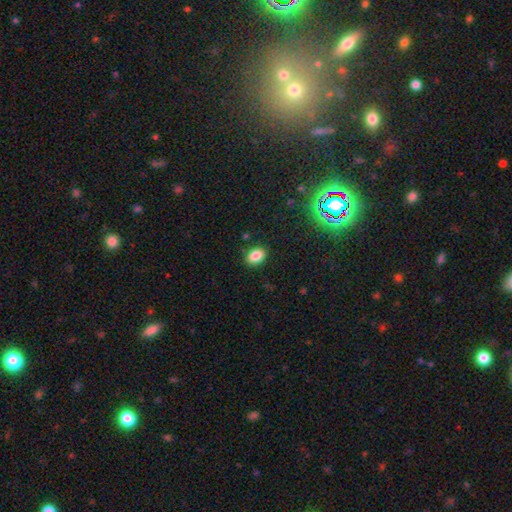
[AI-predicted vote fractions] smooth-or-featured: smooth: 85% | star or artifact: 9% | featured or disk: 6%
  how-rounded: in between: 82% | round: 17% | cigar-shaped: 1%
  merging: none: 87% | minor disturbance: 9% | major disturbance: 2% | merger: 1%